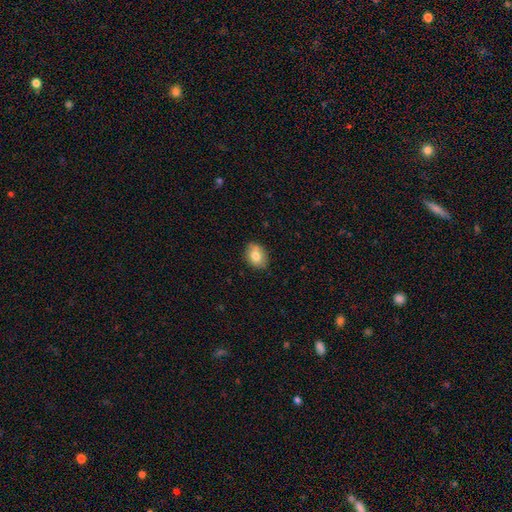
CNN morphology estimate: Smooth or featured? Predicted: smooth (p=0.80). How rounded? Predicted: in between (p=0.66). Merging? Predicted: none (p=0.83).